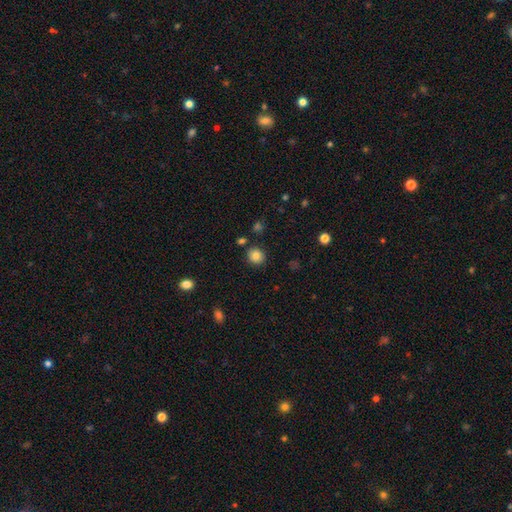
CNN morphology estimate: A smooth galaxy with no disk features (83%) that is round (87%).

Vote fractions:
- Smooth or featured? smooth: 83% / star or artifact: 11% / featured or disk: 7%
- How rounded? round: 87% / in between: 12% / cigar-shaped: 1%
- Merging? none: 86% / minor disturbance: 8% / merger: 3% / major disturbance: 2%